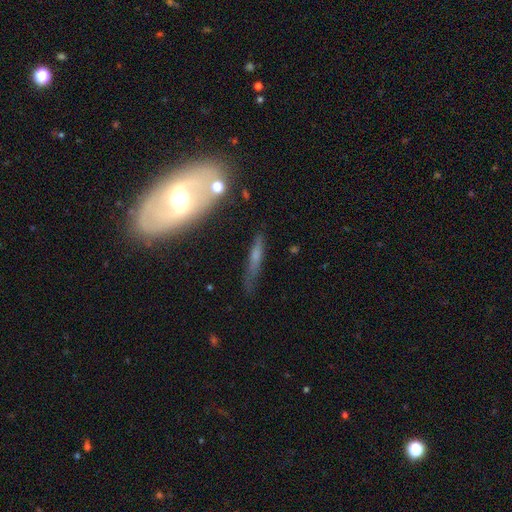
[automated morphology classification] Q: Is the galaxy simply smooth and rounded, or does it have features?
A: featured or disk — 45%.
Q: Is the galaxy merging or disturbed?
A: none — 70%.